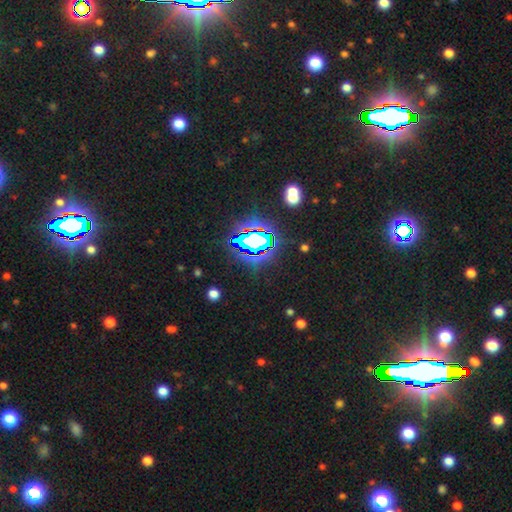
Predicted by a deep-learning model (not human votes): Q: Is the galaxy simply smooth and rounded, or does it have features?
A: star or artifact — 83%.